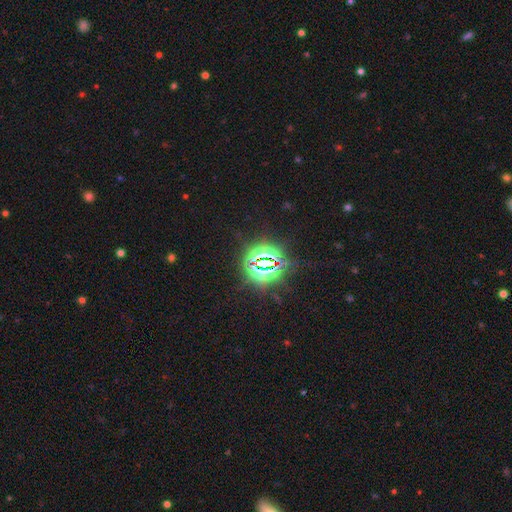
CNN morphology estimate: Smooth or featured?
  - star or artifact: 81% *
  - smooth: 11%
  - featured or disk: 7%